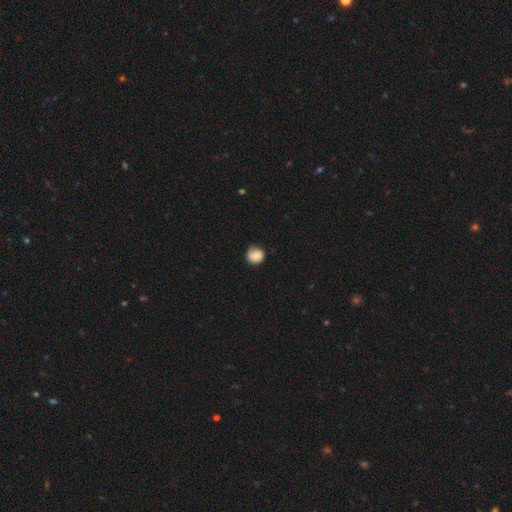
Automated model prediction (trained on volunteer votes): This is clearly a smooth galaxy (83%). How rounded: clearly round (87%). Merging: likely none (76%).